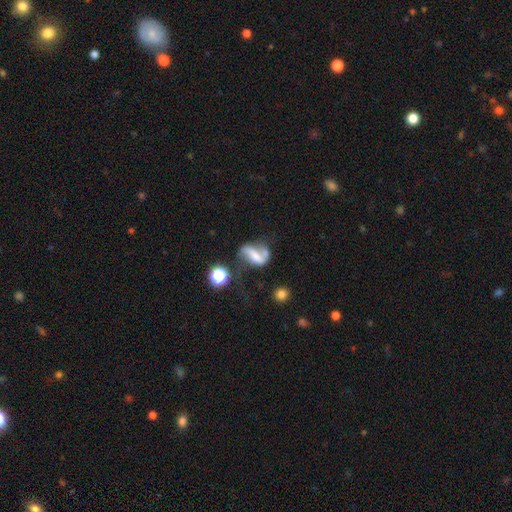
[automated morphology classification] Q: Smooth or featured?
A: featured or disk (64%); runner-up: smooth (24%)
Q: Edge-on disk?
A: no (95%); runner-up: yes (5%)
Q: Bar?
A: strong (38%); runner-up: weak (32%)
Q: Spiral arms?
A: yes (83%); runner-up: no (17%)
Q: Spiral winding?
A: loose (68%); runner-up: medium (24%)
Q: Spiral arm count?
A: 2 (81%); runner-up: 1 (10%)
Q: Bulge size?
A: small (31%); runner-up: moderate (28%)
Q: Merging?
A: none (39%); runner-up: major disturbance (24%)